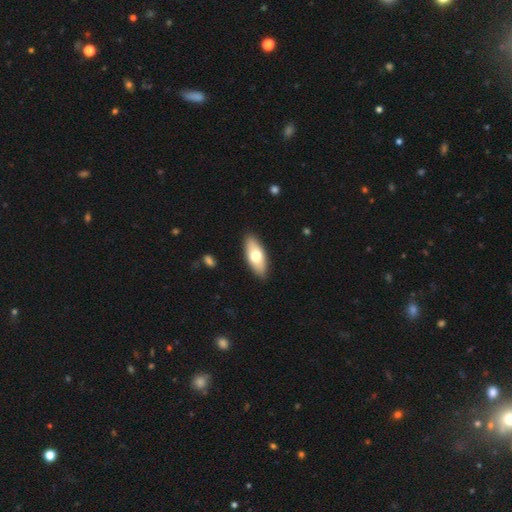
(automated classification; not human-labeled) Overall: smooth (67%; featured or disk 28%). How rounded: in between (82%). Merging: none (89%).